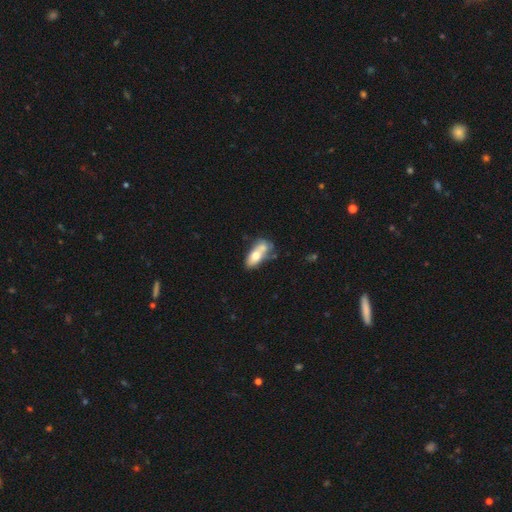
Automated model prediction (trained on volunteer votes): Overall: smooth (64%; featured or disk 29%). How rounded: in between (81%). Merging: merger (41%; none 32%).